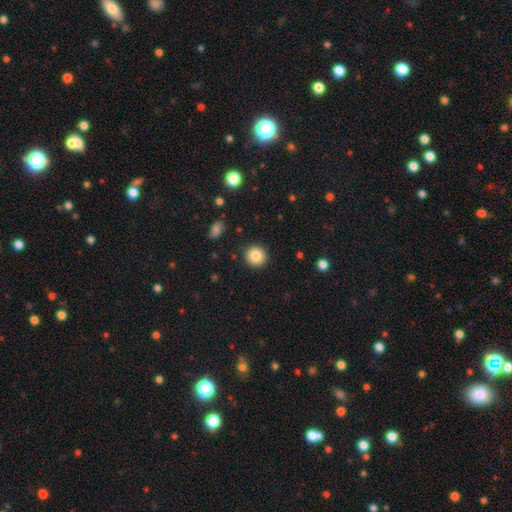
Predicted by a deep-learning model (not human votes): smooth-or-featured: smooth: 84% | star or artifact: 9% | featured or disk: 6%
  how-rounded: round: 93% | in between: 6% | cigar-shaped: 1%
  merging: none: 91% | minor disturbance: 6% | major disturbance: 2% | merger: 1%